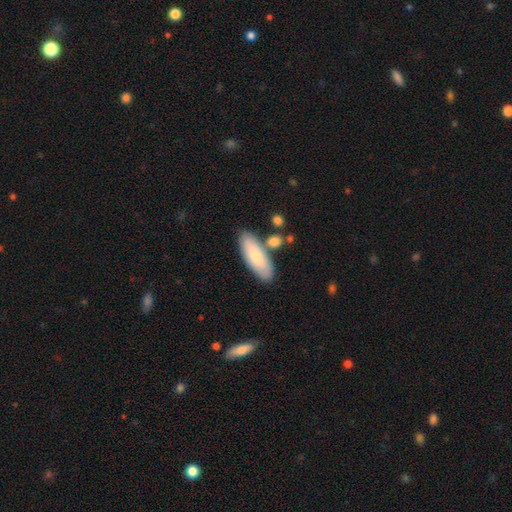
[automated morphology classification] smooth 74%, featured or disk 20%, star or artifact 6%. Down the decision tree: how rounded — in between (71%); merging — none (73%).